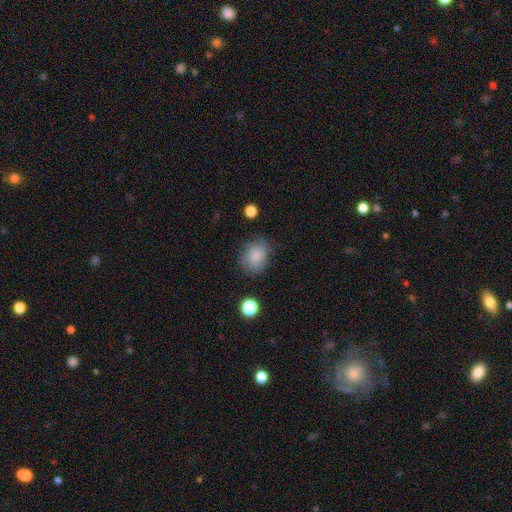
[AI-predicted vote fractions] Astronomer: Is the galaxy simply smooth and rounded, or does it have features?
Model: smooth — 78%.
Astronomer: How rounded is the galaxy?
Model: round — 59% (runner-up: in between, 40%).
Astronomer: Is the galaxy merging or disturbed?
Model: none — 70%.